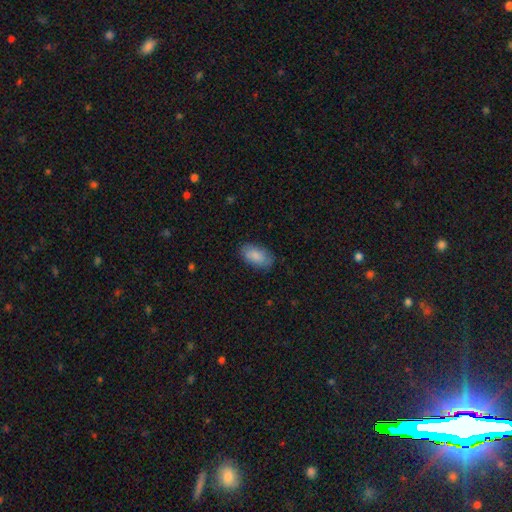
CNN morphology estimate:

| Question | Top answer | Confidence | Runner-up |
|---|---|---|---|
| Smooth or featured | smooth | 83% | featured or disk (11%) |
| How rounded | in between | 94% | round (3%) |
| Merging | none | 82% | minor disturbance (14%) |